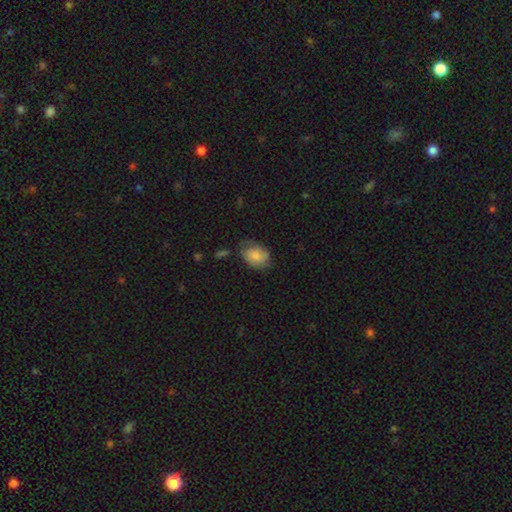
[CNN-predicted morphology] Smooth or featured: smooth — 69% (featured or disk — 24%)
How rounded: in between — 70% (round — 29%)
Merging: none — 56% (minor disturbance — 31%)